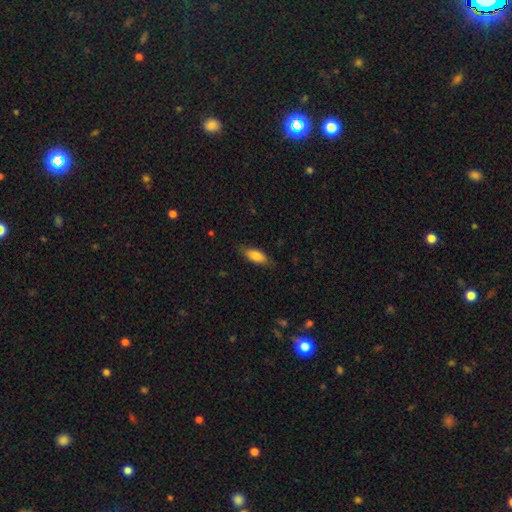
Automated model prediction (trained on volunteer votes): The model was most divided on "how rounded": in between: 76%, cigar-shaped: 22%, round: 2%. More confident: smooth or featured — smooth (80%); merging — none (80%).